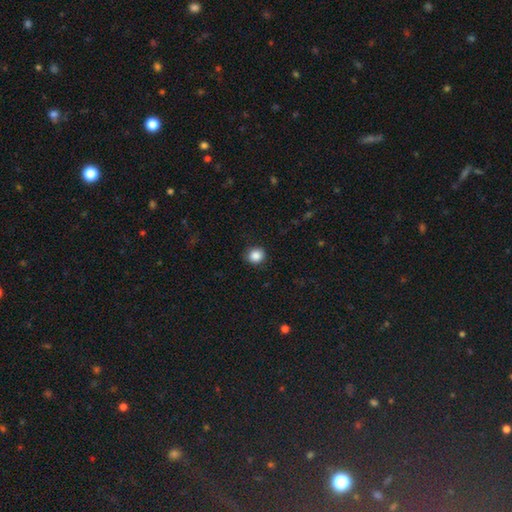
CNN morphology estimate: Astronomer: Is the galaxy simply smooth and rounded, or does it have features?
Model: smooth — 87%.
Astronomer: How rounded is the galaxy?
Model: round — 85%.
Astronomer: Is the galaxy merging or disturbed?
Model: none — 87%.